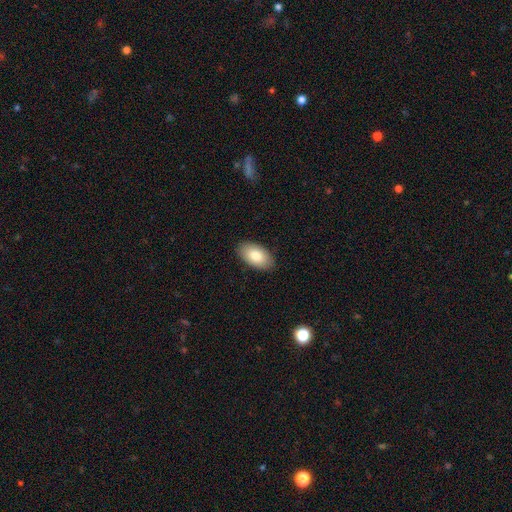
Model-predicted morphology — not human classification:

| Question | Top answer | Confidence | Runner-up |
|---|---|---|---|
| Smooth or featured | smooth | 82% | featured or disk (12%) |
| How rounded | in between | 95% | round (4%) |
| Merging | none | 88% | minor disturbance (9%) |